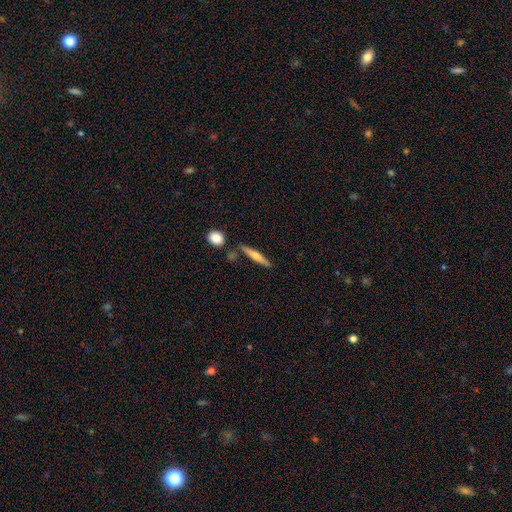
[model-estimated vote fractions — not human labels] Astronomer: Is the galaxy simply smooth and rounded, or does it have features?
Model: smooth — 51% (runner-up: featured or disk, 43%).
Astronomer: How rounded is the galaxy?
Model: cigar-shaped — 89%.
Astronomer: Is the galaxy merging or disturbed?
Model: none — 81%.